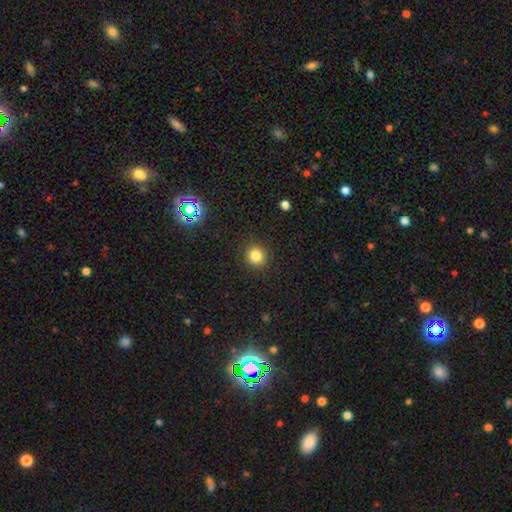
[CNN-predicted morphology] Smooth or featured: smooth — 82% (star or artifact — 12%)
How rounded: round — 88% (in between — 11%)
Merging: none — 91% (minor disturbance — 6%)